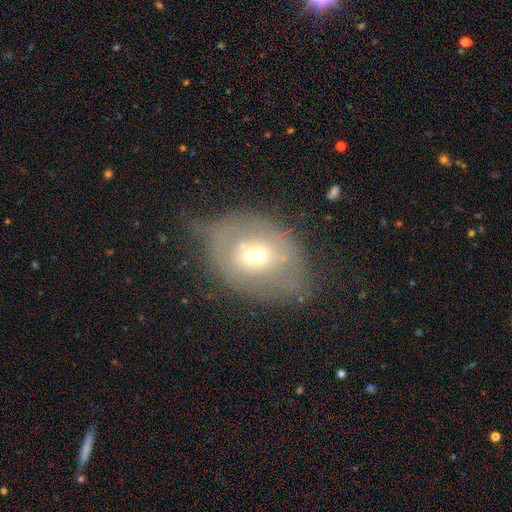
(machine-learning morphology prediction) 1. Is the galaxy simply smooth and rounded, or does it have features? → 50% smooth, 39% featured or disk, 11% star or artifact.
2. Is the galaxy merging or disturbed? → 39% none, 33% minor disturbance, 23% major disturbance, 5% merger.